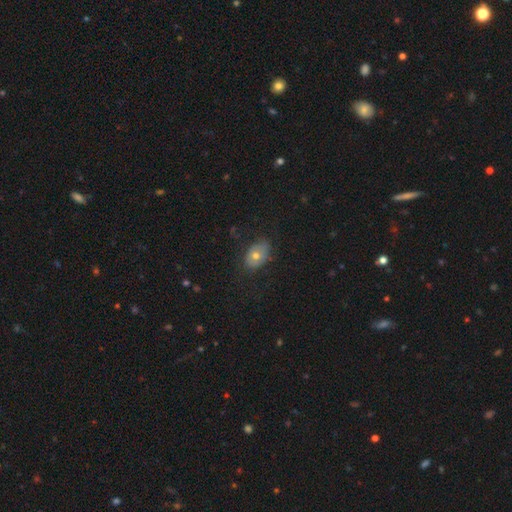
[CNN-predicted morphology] A smooth galaxy with no disk features (63%) that is in between round and cigar-shaped (82%). Merging: none (68%).